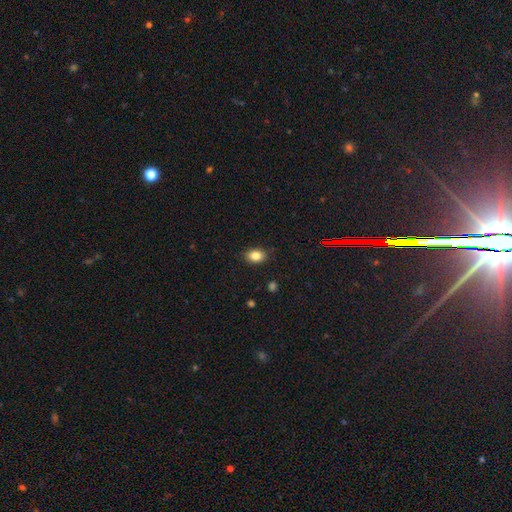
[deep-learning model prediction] Morphology: type=smooth (84%); roundness=in between (77%); merging=none (87%).